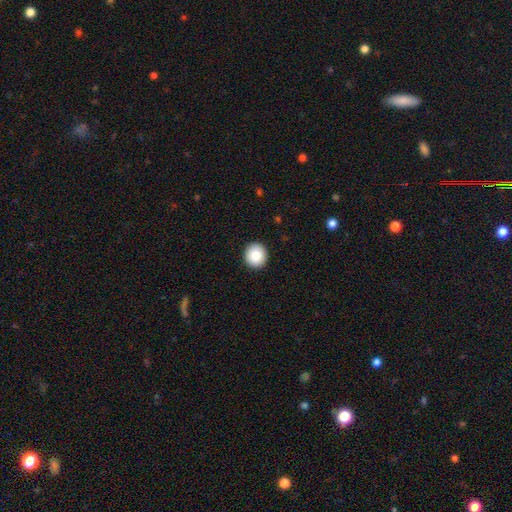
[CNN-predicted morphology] type=smooth (82%); roundness=round (94%); merging=none (93%).